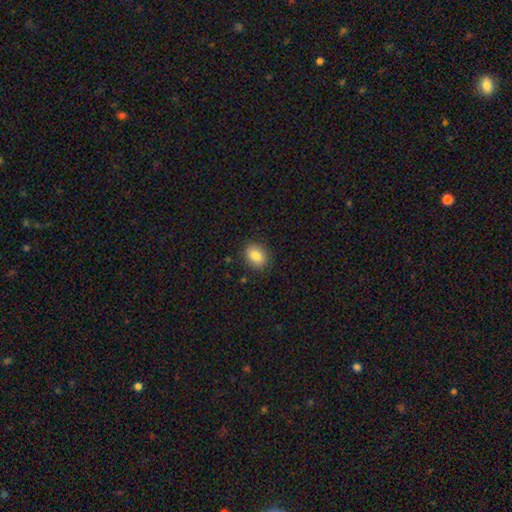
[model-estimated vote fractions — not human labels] Q: Smooth or featured?
A: smooth (83%); runner-up: featured or disk (9%)
Q: How rounded?
A: in between (57%); runner-up: round (42%)
Q: Merging?
A: none (86%); runner-up: minor disturbance (10%)